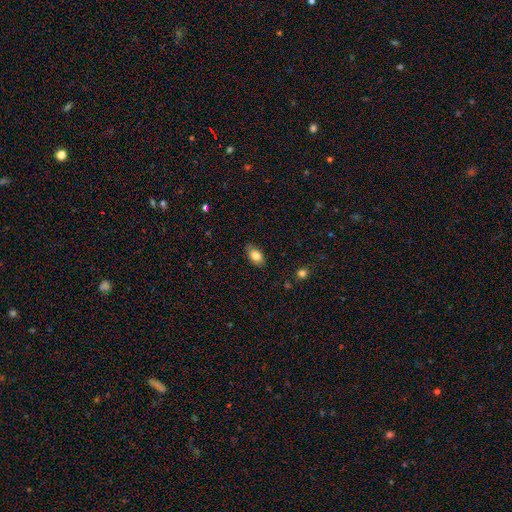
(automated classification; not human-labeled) smooth-or-featured: smooth: 83% | featured or disk: 9% | star or artifact: 8%
  how-rounded: in between: 86% | round: 12% | cigar-shaped: 2%
  merging: none: 82% | minor disturbance: 15% | major disturbance: 3% | merger: 1%